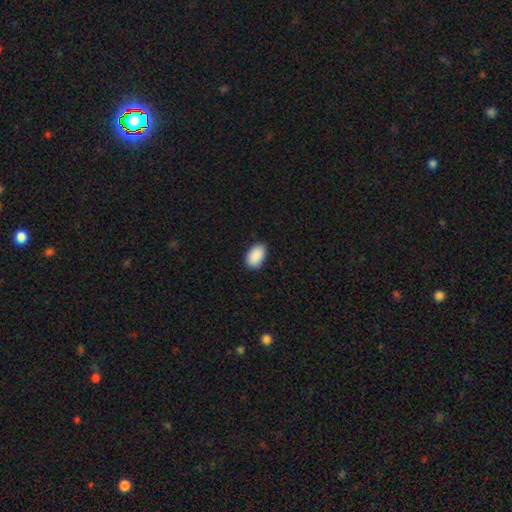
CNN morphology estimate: smooth-or-featured: smooth: 91% | star or artifact: 7% | featured or disk: 3%
  how-rounded: in between: 92% | round: 7% | cigar-shaped: 1%
  merging: none: 85% | minor disturbance: 12% | major disturbance: 2% | merger: 1%